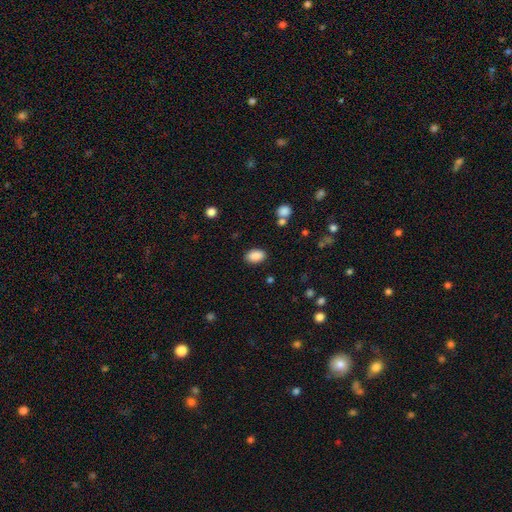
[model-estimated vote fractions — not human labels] smooth_or_featured: smooth (p=0.88) [alt: star or artifact p=0.08]
how_rounded: in between (p=0.88) [alt: round p=0.10]
merging: none (p=0.86) [alt: minor disturbance p=0.09]